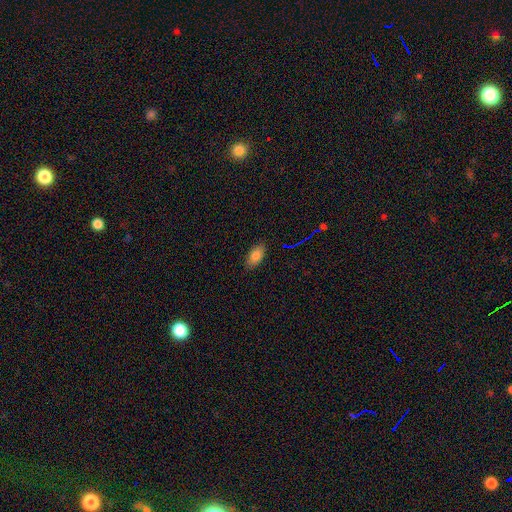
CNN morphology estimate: smooth_or_featured: smooth (p=0.81) [alt: featured or disk p=0.10]
how_rounded: in between (p=0.91) [alt: cigar-shaped p=0.05]
merging: none (p=0.85) [alt: minor disturbance p=0.11]